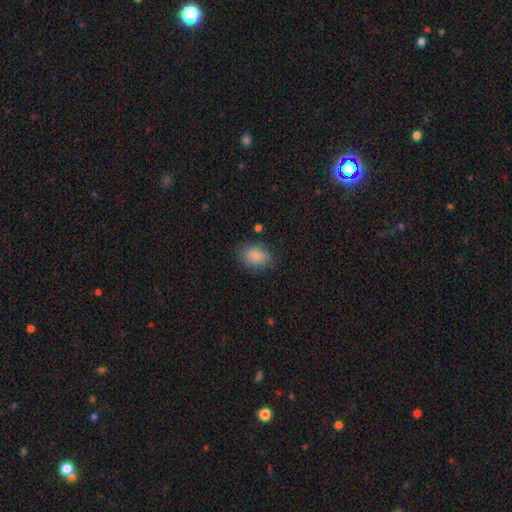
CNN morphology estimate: Overall: smooth (87%). How rounded: in between (77%). Merging: none (80%).